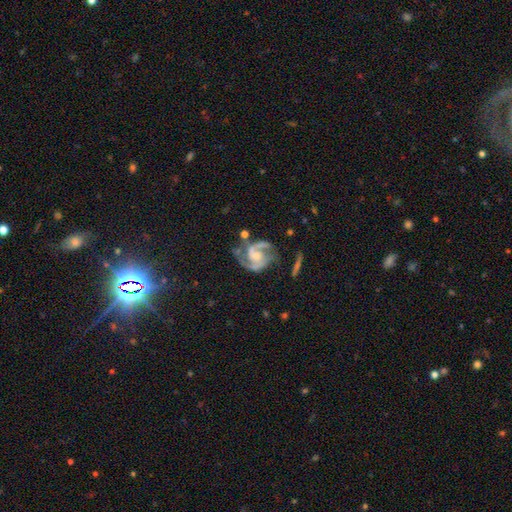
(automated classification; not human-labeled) Smooth or featured?
  - featured or disk: 91% *
  - star or artifact: 5%
  - smooth: 4%
Edge-on disk?
  - no: 98% *
  - yes: 2%
Bar?
  - no: 56% *
  - weak: 34%
  - strong: 10%
Spiral arms?
  - yes: 98% *
  - no: 2%
Spiral winding?
  - medium: 59% *
  - tight: 28%
  - loose: 13%
Spiral arm count?
  - 2: 85% *
  - 3: 7%
  - can't tell: 3%
  - 1: 2%
  - 4: 1%
  - more than 4: 1%
Bulge size?
  - small: 53% *
  - moderate: 35%
  - none: 8%
  - large: 3%
  - dominant: 1%
Merging?
  - none: 61% *
  - minor disturbance: 21%
  - major disturbance: 12%
  - merger: 5%